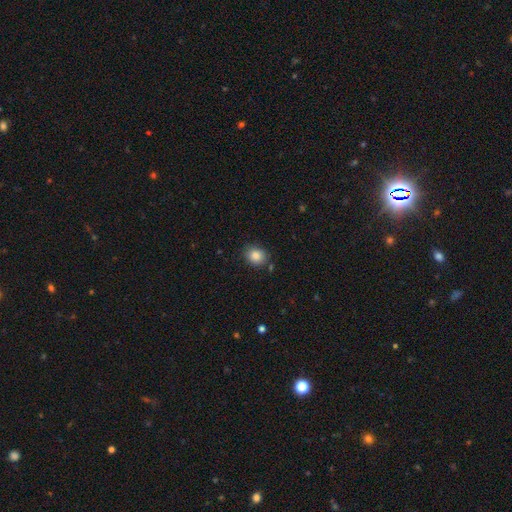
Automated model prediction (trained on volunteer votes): This is clearly a smooth galaxy (87%). How rounded: likely round (63%). Merging: clearly none (81%).